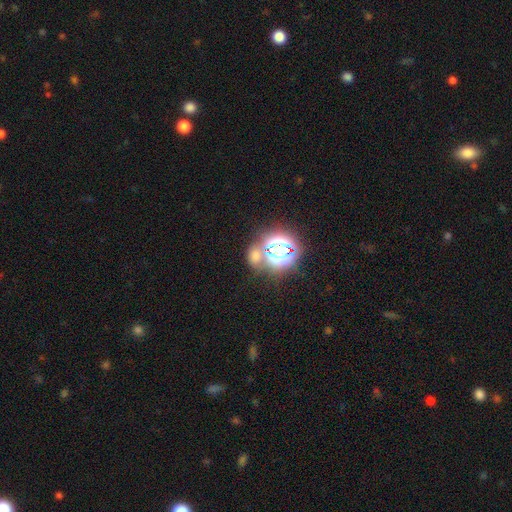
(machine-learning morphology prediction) A smooth galaxy with no disk features (47%).

Vote fractions:
- Smooth or featured? smooth: 47% / star or artifact: 41% / featured or disk: 11%
- Merging? none: 57% / merger: 24% / minor disturbance: 12% / major disturbance: 8%